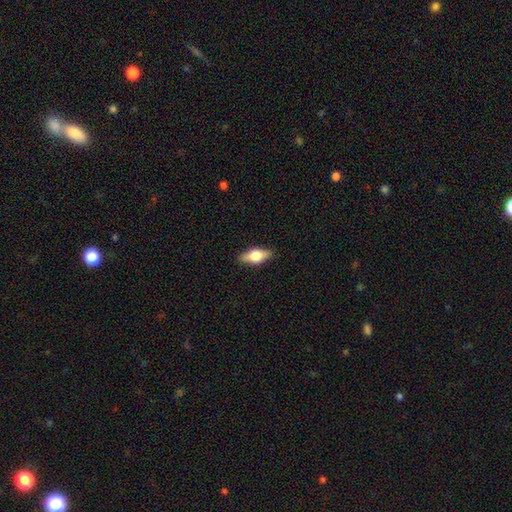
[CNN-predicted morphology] Smooth or featured? Predicted: smooth (p=0.56). How rounded? Predicted: in between (p=0.76). Merging? Predicted: none (p=0.87).